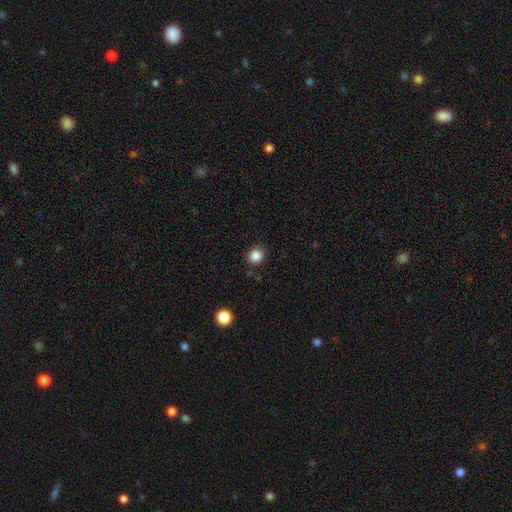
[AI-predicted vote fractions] Smooth or featured? smooth (86%)
How rounded? round (82%)
Merging? none (89%)